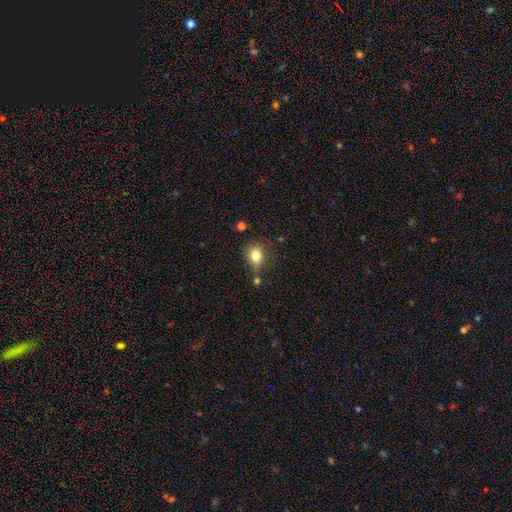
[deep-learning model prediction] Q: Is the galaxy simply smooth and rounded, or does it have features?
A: smooth — 80%.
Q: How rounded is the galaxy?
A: round — 57%.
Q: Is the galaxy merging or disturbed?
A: none — 59%.